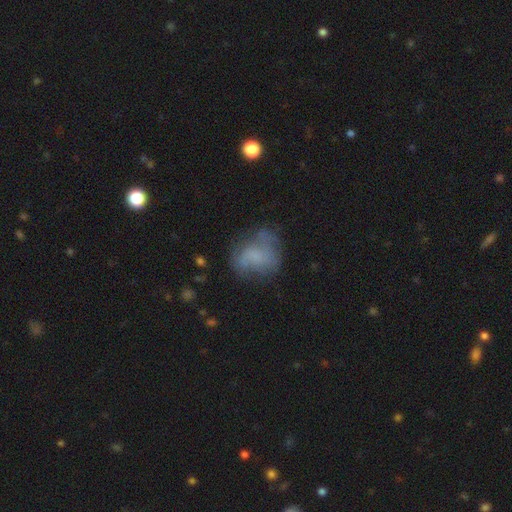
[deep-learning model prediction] Q: Smooth or featured?
A: smooth (52%); runner-up: featured or disk (36%)
Q: How rounded?
A: in between (54%); runner-up: round (44%)
Q: Merging?
A: none (45%); runner-up: minor disturbance (27%)